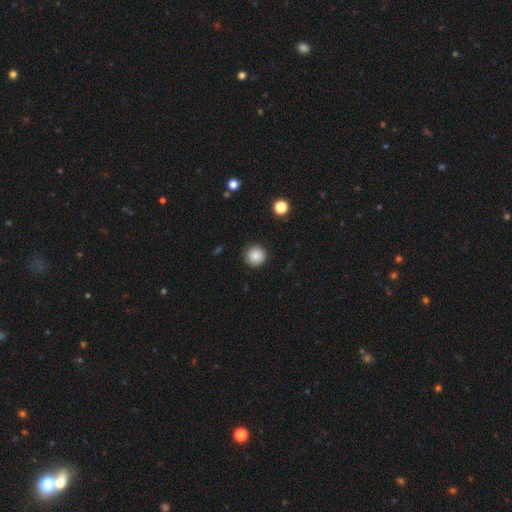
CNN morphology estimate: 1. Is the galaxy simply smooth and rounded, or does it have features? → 86% smooth, 9% star or artifact, 5% featured or disk.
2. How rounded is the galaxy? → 94% round, 5% in between, 1% cigar-shaped.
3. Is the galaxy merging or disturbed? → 89% none, 8% minor disturbance, 2% major disturbance, 1% merger.